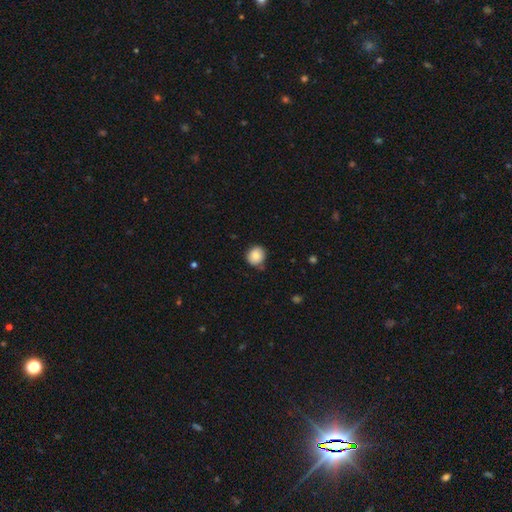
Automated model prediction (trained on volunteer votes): Q: Smooth or featured?
A: smooth (84%); runner-up: star or artifact (9%)
Q: How rounded?
A: round (82%); runner-up: in between (17%)
Q: Merging?
A: none (79%); runner-up: minor disturbance (15%)